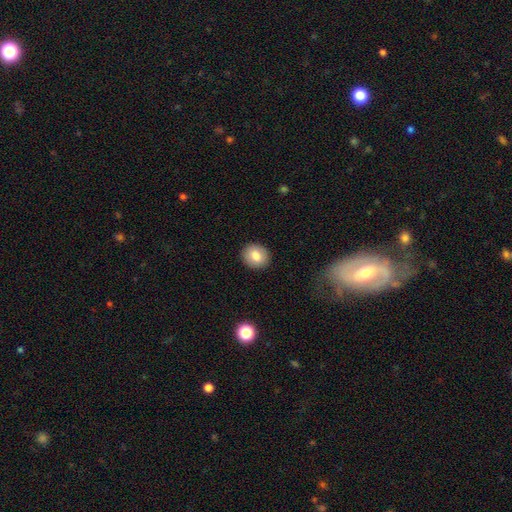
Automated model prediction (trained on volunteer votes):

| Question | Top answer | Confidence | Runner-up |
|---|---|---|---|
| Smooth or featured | smooth | 82% | featured or disk (10%) |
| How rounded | round | 77% | in between (22%) |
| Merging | none | 91% | minor disturbance (6%) |